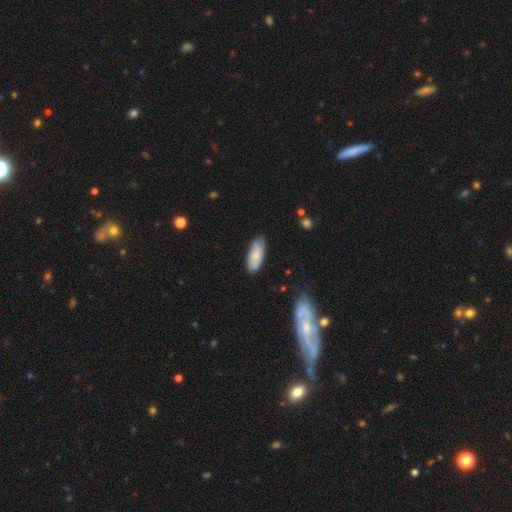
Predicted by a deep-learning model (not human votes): Q: Smooth or featured?
A: smooth (76%); runner-up: featured or disk (18%)
Q: How rounded?
A: in between (78%); runner-up: cigar-shaped (20%)
Q: Merging?
A: none (74%); runner-up: minor disturbance (20%)